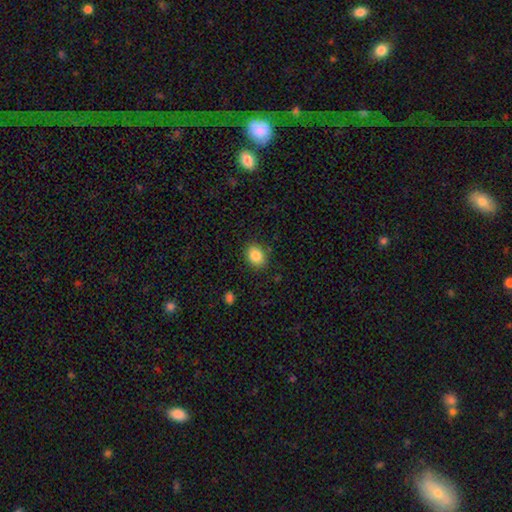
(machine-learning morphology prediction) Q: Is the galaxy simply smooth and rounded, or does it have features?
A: smooth — 85%.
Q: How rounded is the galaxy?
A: in between — 59%.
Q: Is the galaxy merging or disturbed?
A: none — 86%.